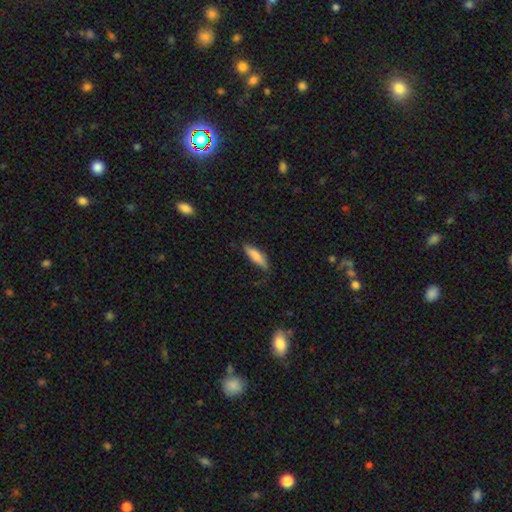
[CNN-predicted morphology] smooth 79%, featured or disk 15%, star or artifact 6%. Down the decision tree: how rounded — cigar-shaped (60%); merging — none (74%).